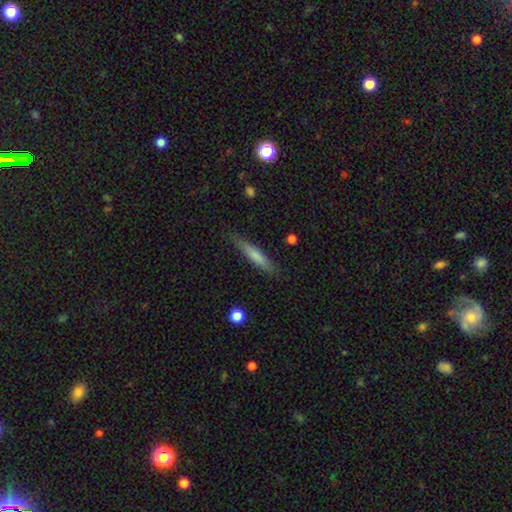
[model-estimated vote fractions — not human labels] Smooth or featured? smooth (71%)
How rounded? cigar-shaped (90%)
Merging? none (81%)